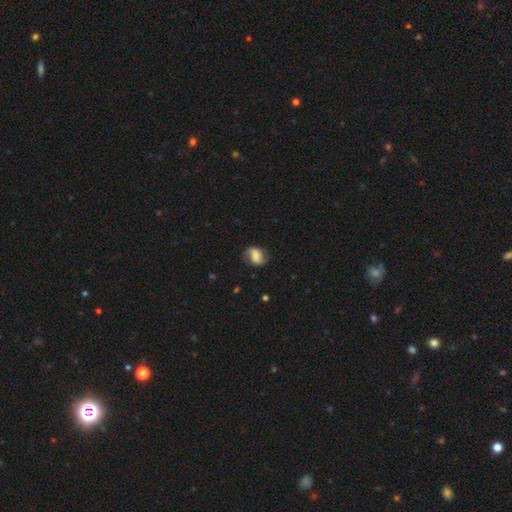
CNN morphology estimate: A featured or disk galaxy (47%). Merging: none (70%).